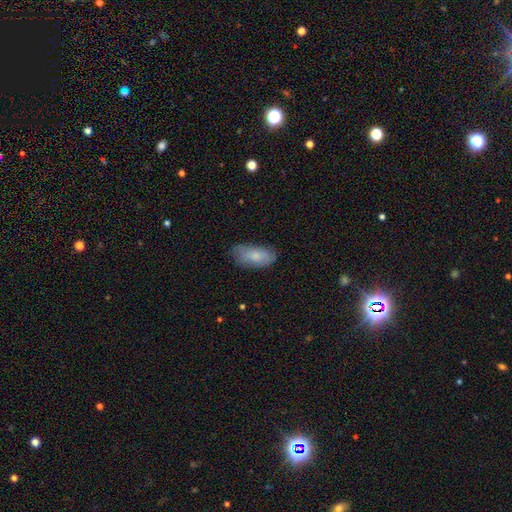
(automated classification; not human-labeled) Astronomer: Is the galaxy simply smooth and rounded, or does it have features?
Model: smooth — 73%.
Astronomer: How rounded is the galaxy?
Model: in between — 90%.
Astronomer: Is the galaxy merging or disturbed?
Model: none — 69%.